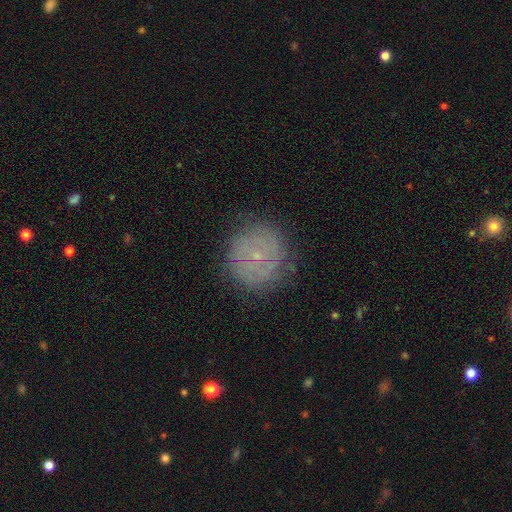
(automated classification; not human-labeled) Smooth or featured: featured or disk — 47% (smooth — 40%)
Merging: none — 81% (minor disturbance — 13%)